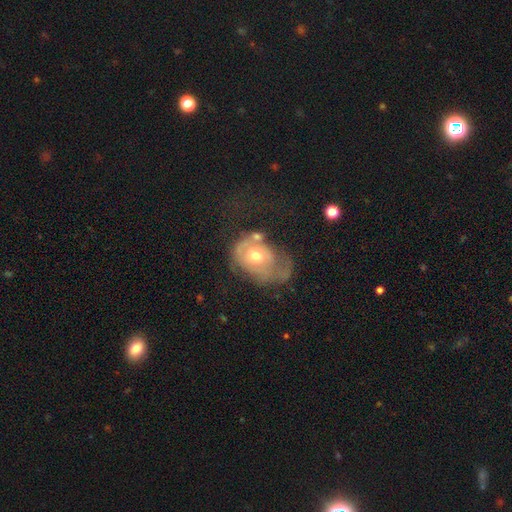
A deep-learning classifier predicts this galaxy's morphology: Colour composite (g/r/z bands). It shows a featured or disk galaxy (55%) with no bar (82%), spiral arms (51%) and a moderate central bulge (68%). Merging: major disturbance (45%).